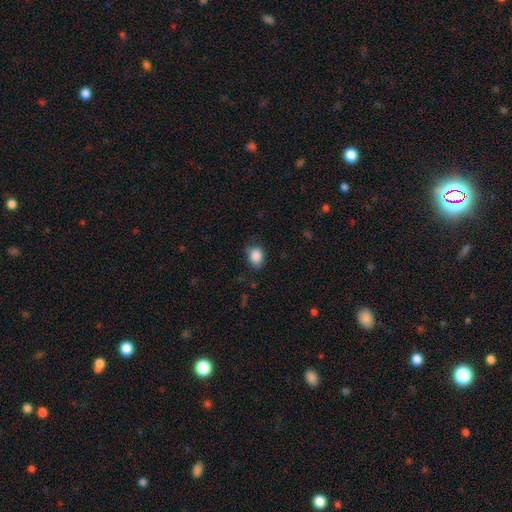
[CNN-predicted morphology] This appears to be a smooth galaxy with no disk features (87%) that is in between round and cigar-shaped (66%). Merging: none (67%).